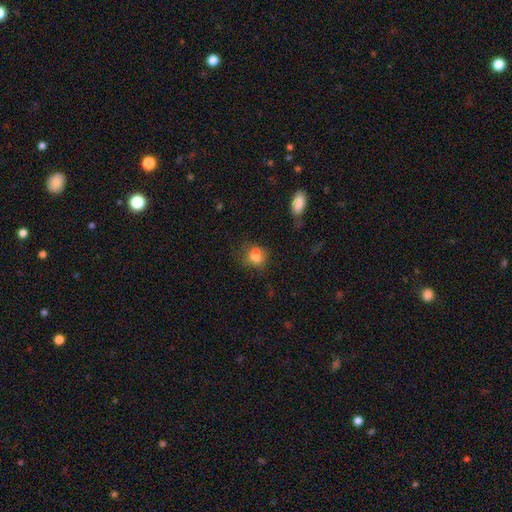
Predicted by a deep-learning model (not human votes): This appears to be a smooth galaxy with no disk features (75%) that is round (65%). Merging: none (45%).